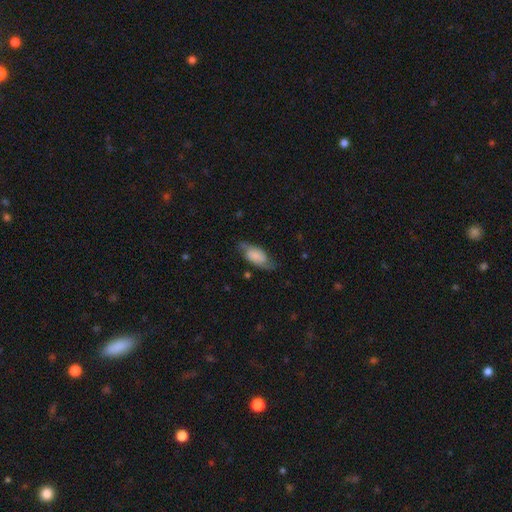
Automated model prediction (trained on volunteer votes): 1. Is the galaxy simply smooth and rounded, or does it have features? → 56% smooth, 36% featured or disk, 7% star or artifact.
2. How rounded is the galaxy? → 88% in between, 8% cigar-shaped, 4% round.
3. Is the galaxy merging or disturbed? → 66% none, 24% minor disturbance, 9% major disturbance, 2% merger.